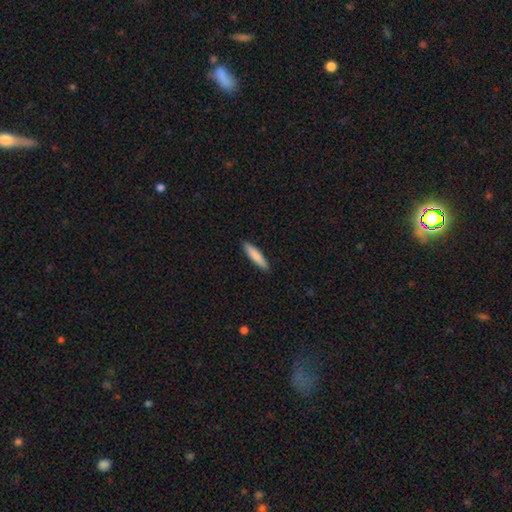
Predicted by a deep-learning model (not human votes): Q: Smooth or featured?
A: smooth (84%); runner-up: featured or disk (11%)
Q: How rounded?
A: cigar-shaped (83%); runner-up: in between (16%)
Q: Merging?
A: none (90%); runner-up: minor disturbance (7%)